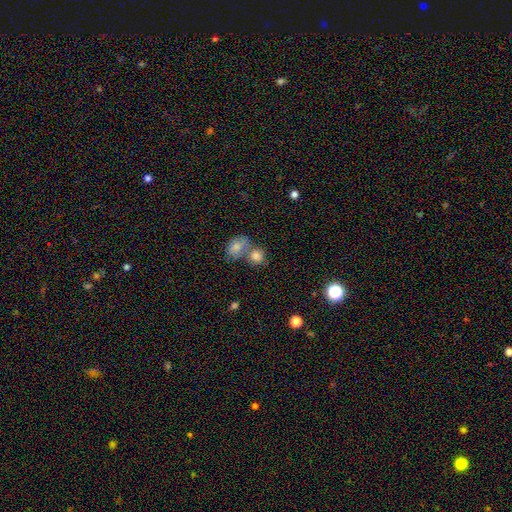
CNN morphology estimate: smooth_or_featured: smooth (p=0.77) [alt: star or artifact p=0.12]
how_rounded: round (p=0.71) [alt: in between p=0.28]
merging: merger (p=0.48) [alt: none p=0.40]